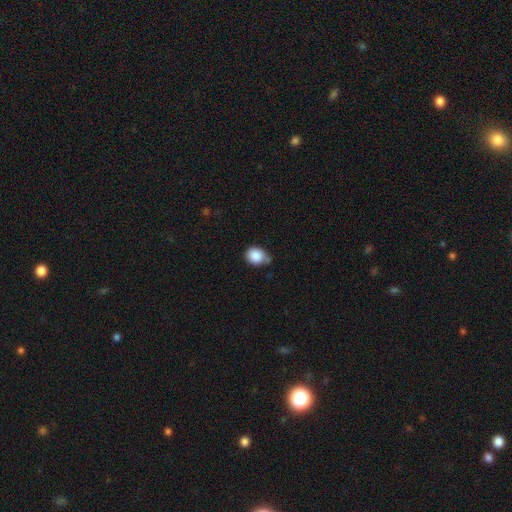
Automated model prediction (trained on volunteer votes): This appears to be a smooth galaxy with no disk features (86%) that is round (62%). Merging: none (51%).